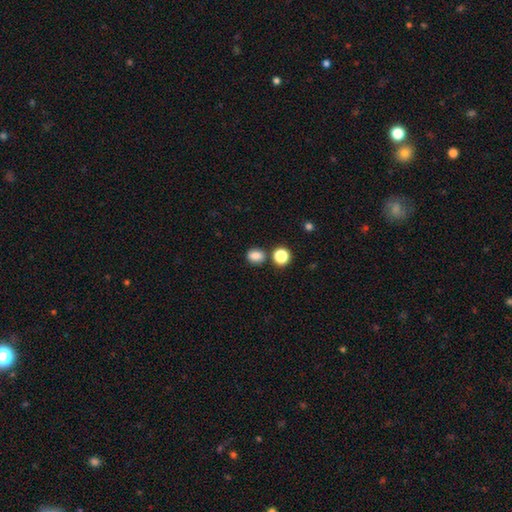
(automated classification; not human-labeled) This appears to be a smooth galaxy with no disk features (83%) that is round (58%). Merging: none (78%).